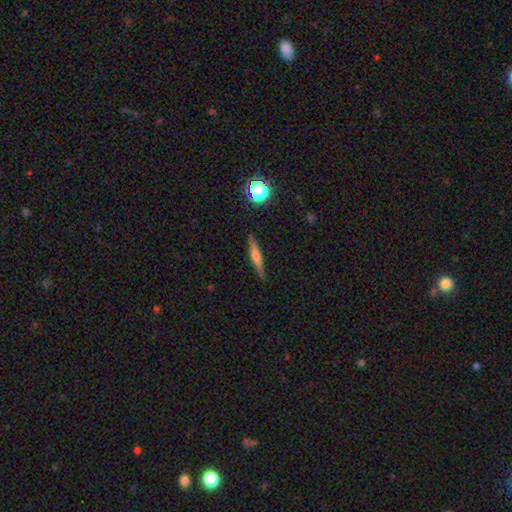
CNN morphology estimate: Smooth or featured?
  - featured or disk: 60% *
  - smooth: 32%
  - star or artifact: 8%
Edge-on disk?
  - yes: 97% *
  - no: 3%
Edge-on bulge?
  - rounded: 75% *
  - boxy: 15%
  - none: 10%
Merging?
  - none: 89% *
  - minor disturbance: 8%
  - major disturbance: 2%
  - merger: 1%